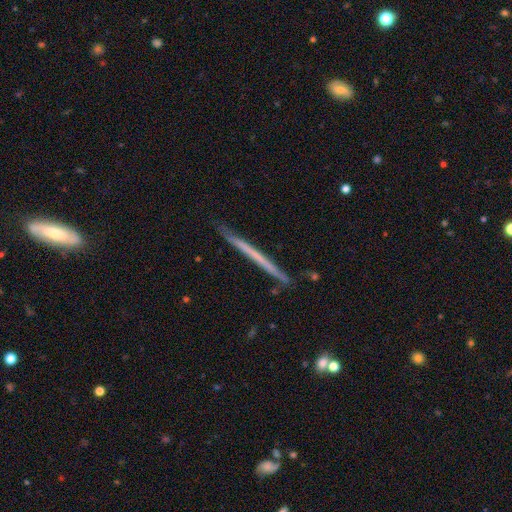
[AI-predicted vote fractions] A featured or disk galaxy (54%) viewed edge-on (97%) with no central bulge (94%).

Vote fractions:
- Smooth or featured? featured or disk: 54% / smooth: 41% / star or artifact: 5%
- Edge-on disk? yes: 97% / no: 3%
- Edge-on bulge? none: 94% / rounded: 4% / boxy: 2%
- Merging? none: 89% / minor disturbance: 8% / merger: 1% / major disturbance: 1%